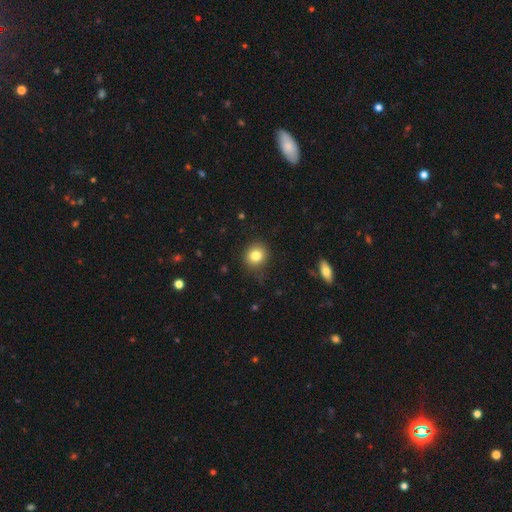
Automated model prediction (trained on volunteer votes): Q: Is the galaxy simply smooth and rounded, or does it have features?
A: smooth — 82%.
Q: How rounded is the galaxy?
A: round — 80%.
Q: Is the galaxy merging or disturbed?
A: none — 83%.